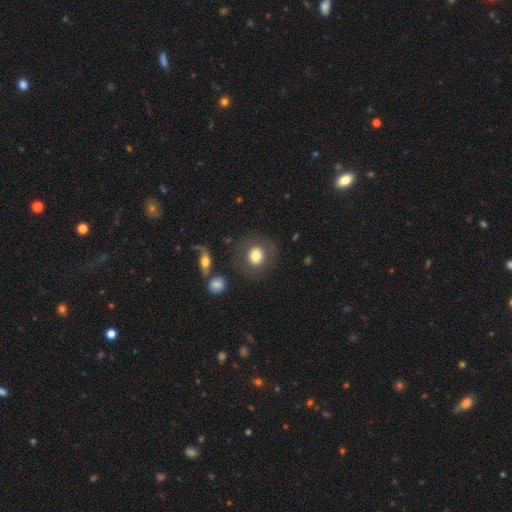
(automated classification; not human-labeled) The model was most divided on "how rounded": round: 77%, in between: 22%, cigar-shaped: 1%. More confident: merging — none (79%); smooth or featured — smooth (76%).